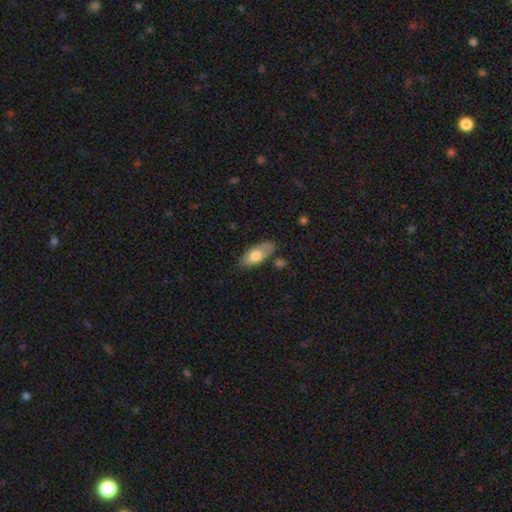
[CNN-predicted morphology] smooth_or_featured: smooth (p=0.71) [alt: featured or disk p=0.23]
how_rounded: in between (p=0.84) [alt: cigar-shaped p=0.13]
merging: none (p=0.75) [alt: minor disturbance p=0.17]